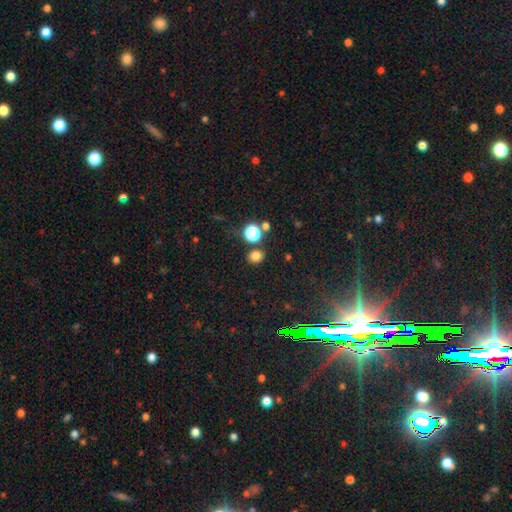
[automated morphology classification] smooth 78%, star or artifact 17%, featured or disk 5%. Down the decision tree: how rounded — round (73%); merging — none (82%).